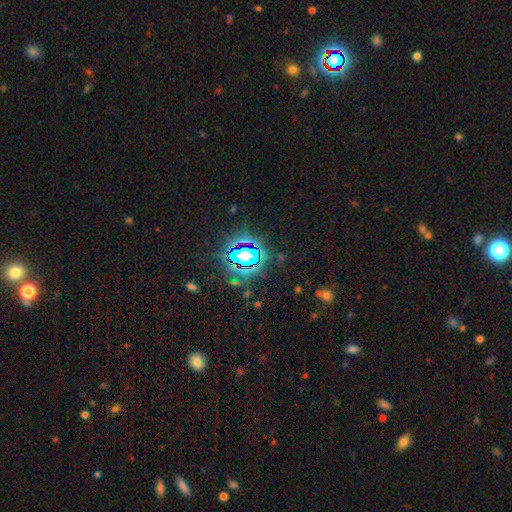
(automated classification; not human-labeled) Morphology: type=star or artifact (80%).